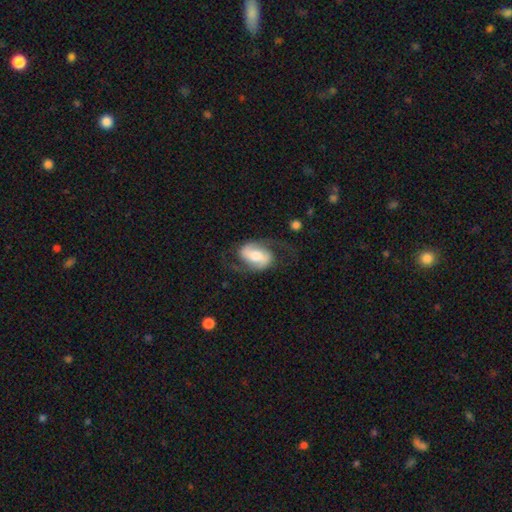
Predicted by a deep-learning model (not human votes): smooth_or_featured: featured or disk (p=0.75) [alt: smooth p=0.19]
disk_edge_on: no (p=0.97) [alt: yes p=0.03]
bar: weak (p=0.41) [alt: strong p=0.30]
has_spiral_arms: yes (p=0.93) [alt: no p=0.07]
spiral_winding: loose (p=0.44) [alt: medium p=0.43]
spiral_arm_count: 2 (p=0.91) [alt: can't tell p=0.03]
bulge_size: moderate (p=0.55) [alt: large p=0.22]
merging: none (p=0.64) [alt: major disturbance p=0.18]